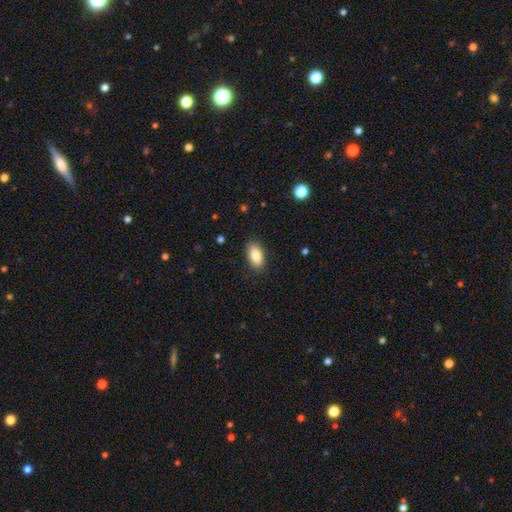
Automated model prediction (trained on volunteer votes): smooth 85%, featured or disk 8%, star or artifact 7%. Down the decision tree: how rounded — in between (92%); merging — none (88%).